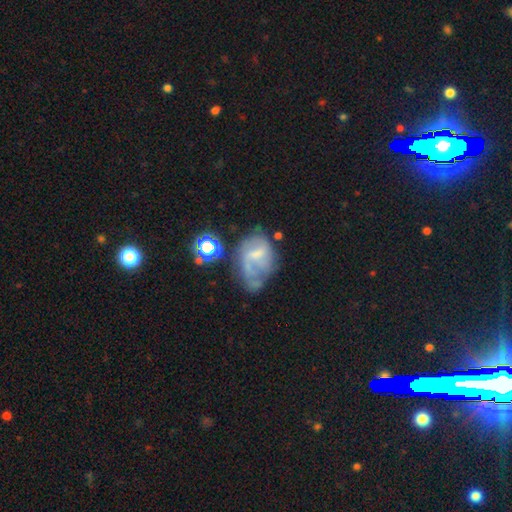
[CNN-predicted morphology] smooth_or_featured: featured or disk (p=0.57) [alt: smooth p=0.29]
disk_edge_on: no (p=0.97) [alt: yes p=0.03]
bar: weak (p=0.49) [alt: no p=0.35]
has_spiral_arms: yes (p=0.61) [alt: no p=0.39]
bulge_size: small (p=0.38) [alt: none p=0.35]
merging: major disturbance (p=0.31) [tied with: none p=0.31]